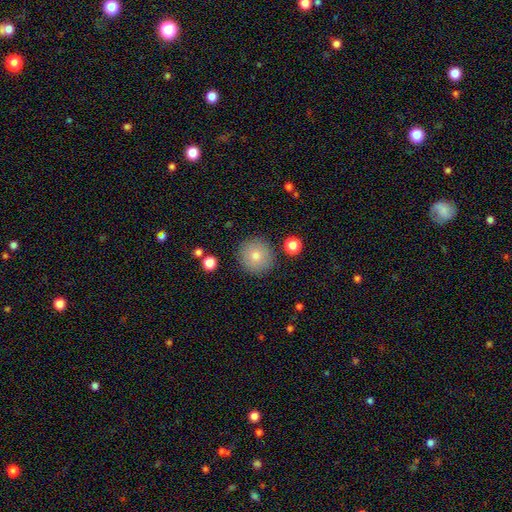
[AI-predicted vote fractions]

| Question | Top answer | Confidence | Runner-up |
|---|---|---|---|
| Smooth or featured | smooth | 77% | featured or disk (12%) |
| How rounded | round | 95% | in between (4%) |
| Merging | none | 89% | minor disturbance (7%) |